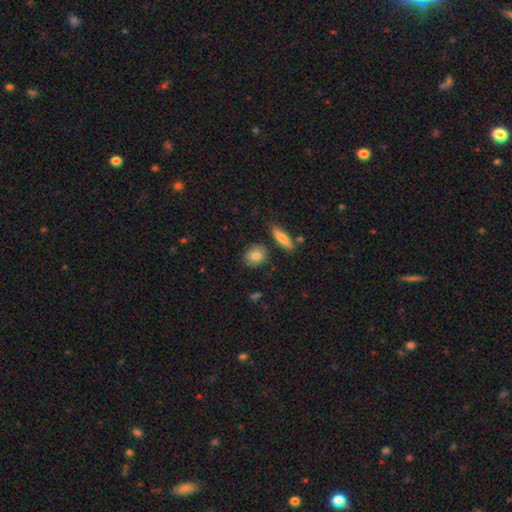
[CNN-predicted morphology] Smooth or featured?
  - smooth: 81% *
  - featured or disk: 11%
  - star or artifact: 8%
How rounded?
  - round: 63% *
  - in between: 33%
  - cigar-shaped: 4%
Merging?
  - none: 81% *
  - minor disturbance: 11%
  - merger: 5%
  - major disturbance: 3%